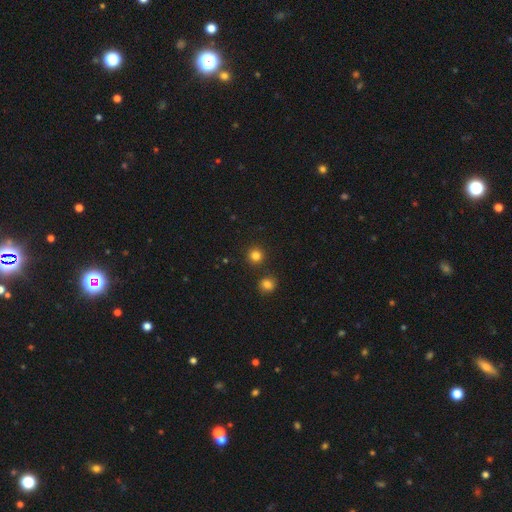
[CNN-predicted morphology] This is clearly a smooth galaxy (82%). How rounded: clearly round (93%). Merging: clearly none (86%).